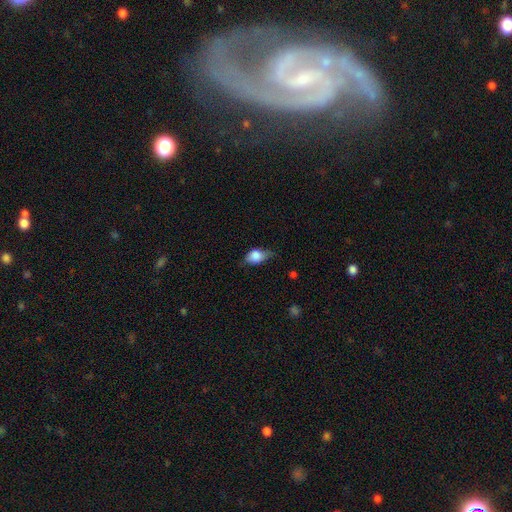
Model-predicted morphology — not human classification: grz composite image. It shows a smooth galaxy with no disk features (73%) that is in between round and cigar-shaped (75%). Merging: none (49%).